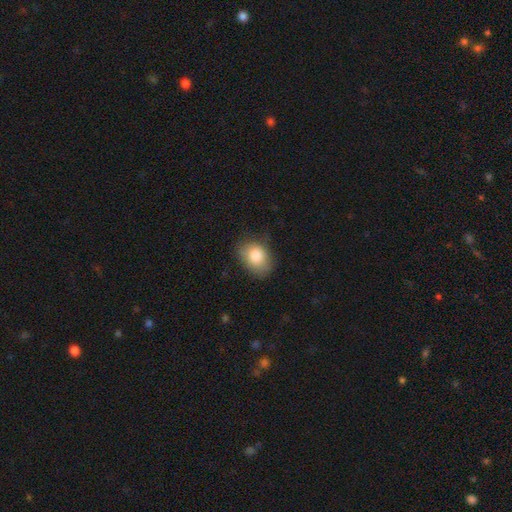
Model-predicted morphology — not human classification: This is clearly a smooth galaxy (84%). How rounded: likely in between (66%). Merging: likely none (71%).